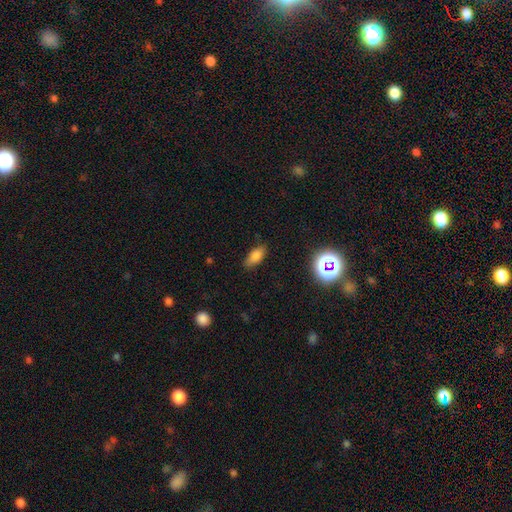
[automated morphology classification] This is likely a smooth galaxy (79%). How rounded: clearly in between (83%). Merging: clearly none (81%).